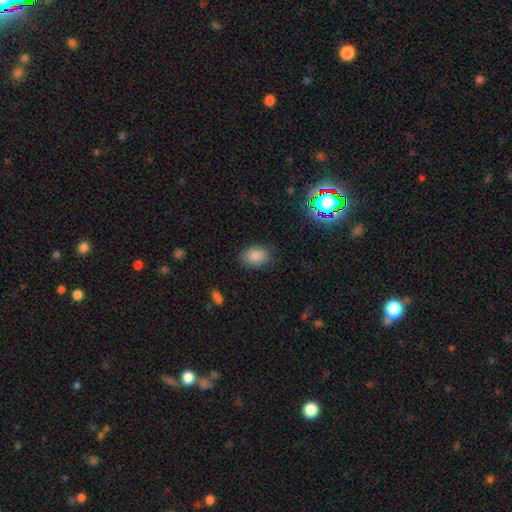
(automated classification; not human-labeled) Smooth or featured? Predicted: smooth (p=0.86). How rounded? Predicted: in between (p=0.80). Merging? Predicted: none (p=0.82).